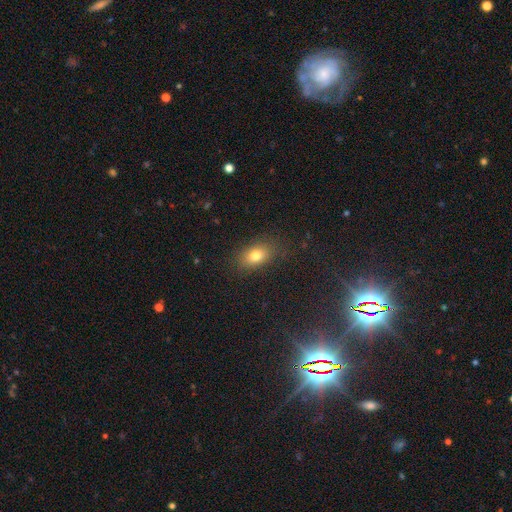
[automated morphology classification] Overall: smooth (77%). How rounded: in between (81%). Merging: none (83%).